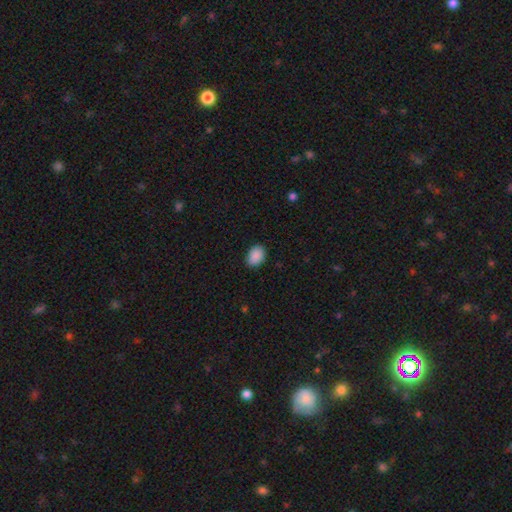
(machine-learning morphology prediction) Smooth or featured: smooth — 90% (star or artifact — 8%)
How rounded: in between — 79% (round — 20%)
Merging: none — 86% (minor disturbance — 11%)